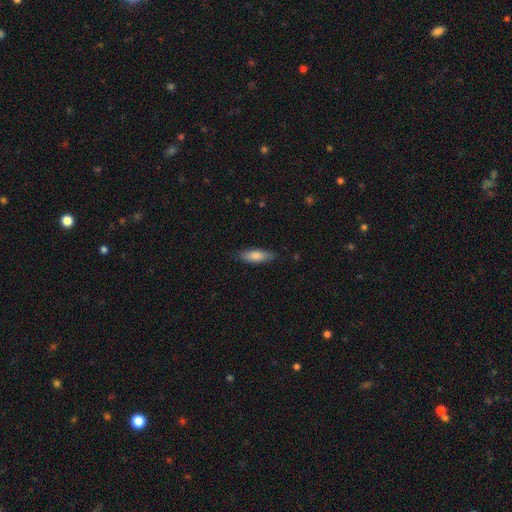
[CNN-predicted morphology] Smooth or featured?
  - smooth: 82% *
  - featured or disk: 13%
  - star or artifact: 6%
How rounded?
  - in between: 51% *
  - cigar-shaped: 47%
  - round: 2%
Merging?
  - none: 84% *
  - minor disturbance: 13%
  - major disturbance: 2%
  - merger: 1%